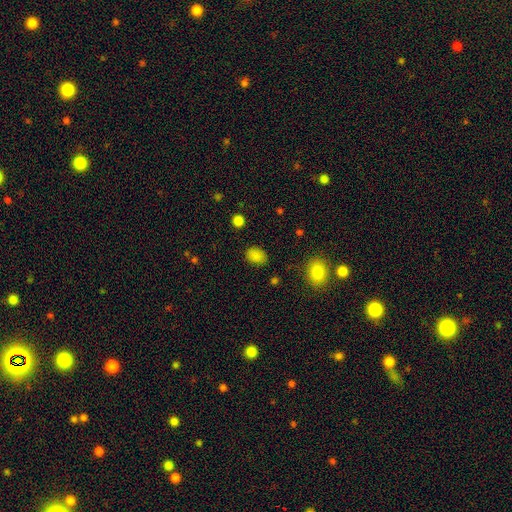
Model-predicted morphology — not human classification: Smooth or featured?
  - smooth: 85% *
  - star or artifact: 11%
  - featured or disk: 4%
How rounded?
  - in between: 71% *
  - round: 28%
  - cigar-shaped: 1%
Merging?
  - none: 84% *
  - minor disturbance: 11%
  - major disturbance: 3%
  - merger: 2%